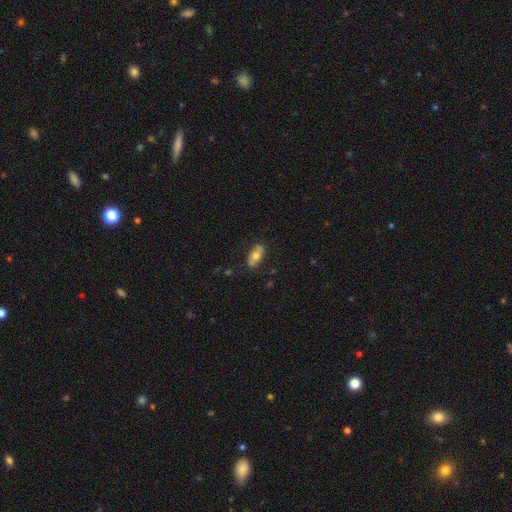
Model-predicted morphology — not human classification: Smooth or featured? smooth (64%)
How rounded? in between (83%)
Merging? none (82%)